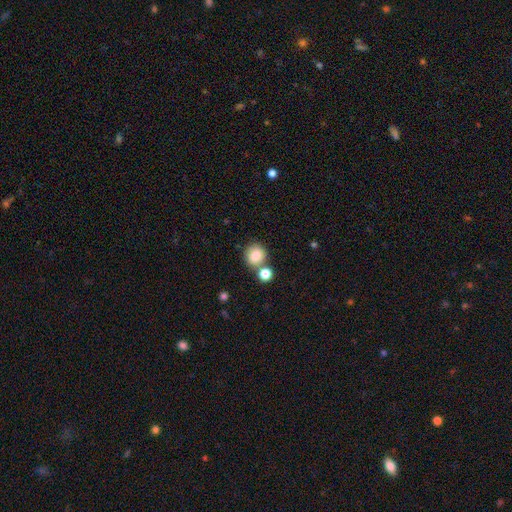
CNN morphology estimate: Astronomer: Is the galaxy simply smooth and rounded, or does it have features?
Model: smooth — 81%.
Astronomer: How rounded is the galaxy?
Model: round — 86%.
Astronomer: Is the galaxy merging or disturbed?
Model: none — 66%.